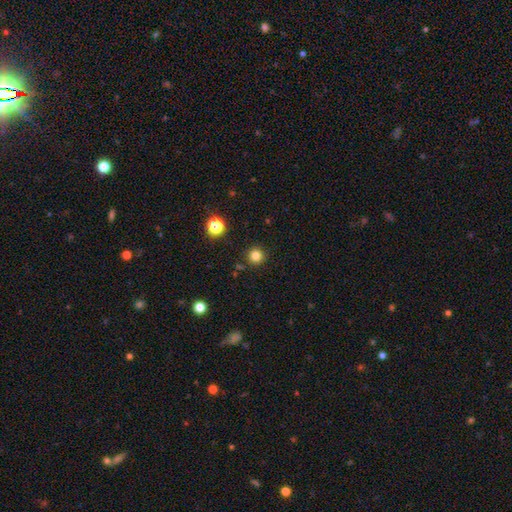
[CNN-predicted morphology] Smooth or featured? smooth (81%)
How rounded? round (95%)
Merging? none (90%)